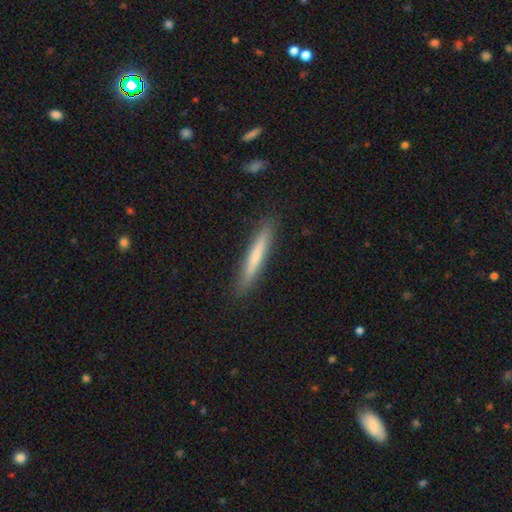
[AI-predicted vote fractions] smooth 66%, featured or disk 28%, star or artifact 6%. Down the decision tree: how rounded — cigar-shaped (95%); merging — none (89%).